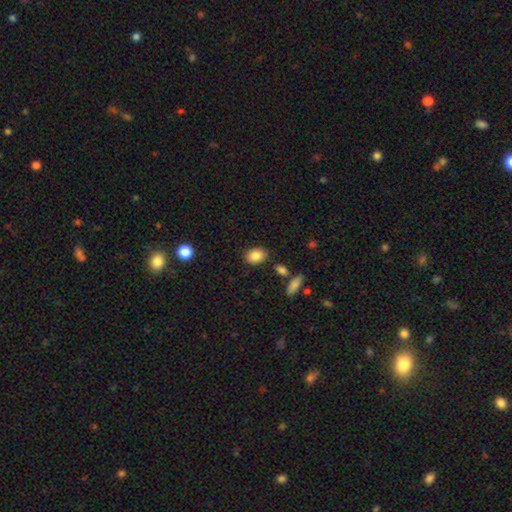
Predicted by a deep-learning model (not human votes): Smooth or featured: smooth — 85% (star or artifact — 8%)
How rounded: in between — 70% (round — 29%)
Merging: none — 82% (minor disturbance — 11%)